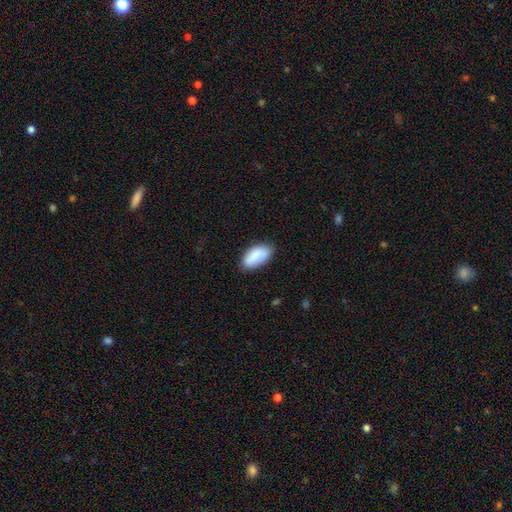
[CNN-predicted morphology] Smooth or featured?
  - smooth: 85% *
  - featured or disk: 8%
  - star or artifact: 6%
How rounded?
  - in between: 94% *
  - cigar-shaped: 4%
  - round: 3%
Merging?
  - none: 76% *
  - minor disturbance: 19%
  - major disturbance: 3%
  - merger: 2%